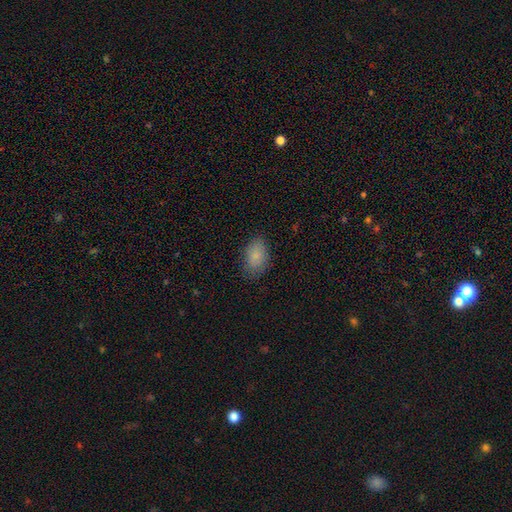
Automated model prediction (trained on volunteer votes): Q: Smooth or featured?
A: smooth (84%); runner-up: star or artifact (8%)
Q: How rounded?
A: in between (86%); runner-up: round (13%)
Q: Merging?
A: none (78%); runner-up: minor disturbance (17%)